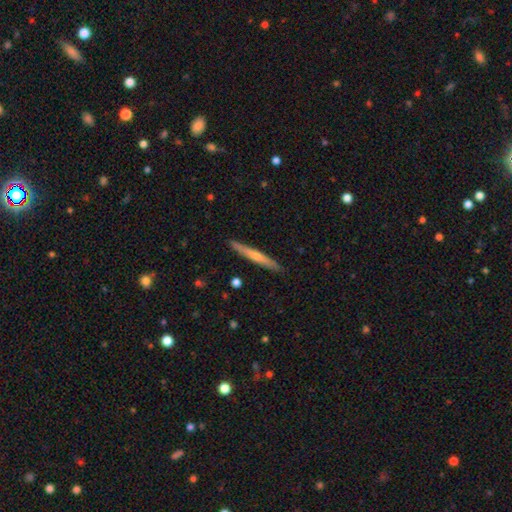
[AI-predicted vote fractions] smooth_or_featured: featured or disk (p=0.50) [alt: smooth p=0.44]
disk_edge_on: yes (p=0.96) [alt: no p=0.04]
merging: none (p=0.91) [alt: minor disturbance p=0.07]